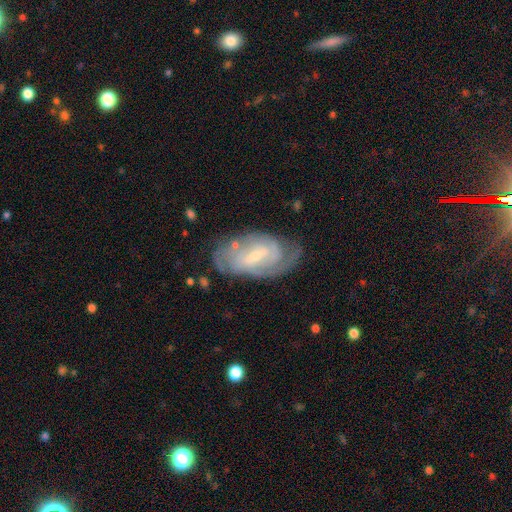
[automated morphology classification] Overall: featured or disk (83%). Edge-on disk: no (95%). Bar: weak (51%; no 26%). Spiral arms: yes (93%). Spiral arm count: 2 (42%; can't tell 33%). Spiral winding: tight (58%; medium 33%). Bulge size: small (71%). Merging: none (67%).